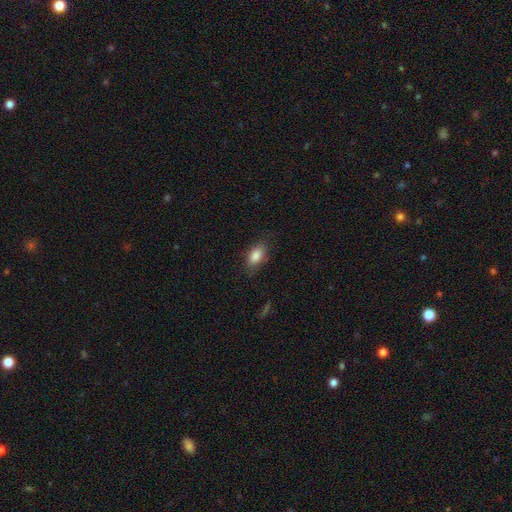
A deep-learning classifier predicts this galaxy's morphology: Q: Smooth or featured?
A: smooth (85%); runner-up: star or artifact (8%)
Q: How rounded?
A: in between (90%); runner-up: round (7%)
Q: Merging?
A: none (78%); runner-up: minor disturbance (16%)